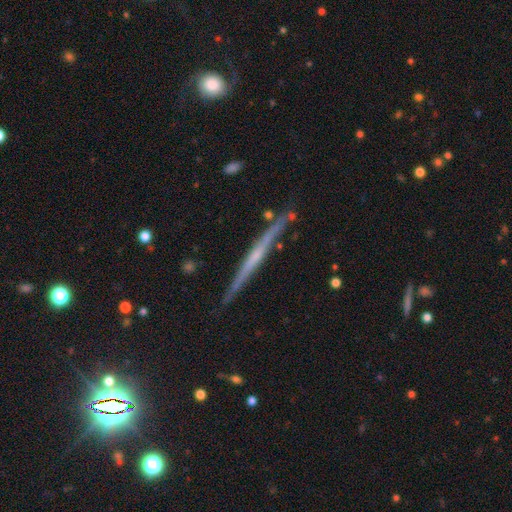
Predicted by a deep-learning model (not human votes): Smooth or featured? featured or disk (72%)
Edge-on disk? yes (97%)
Edge-on bulge? none (57%)
Merging? none (85%)